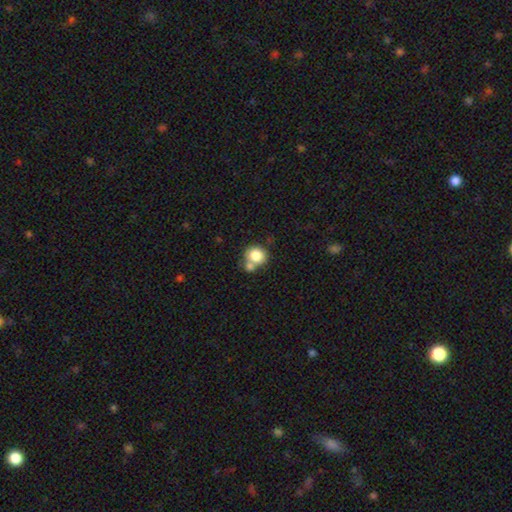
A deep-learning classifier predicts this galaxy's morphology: A smooth galaxy with no disk features (80%) that is round (83%). Merging: none (49%).